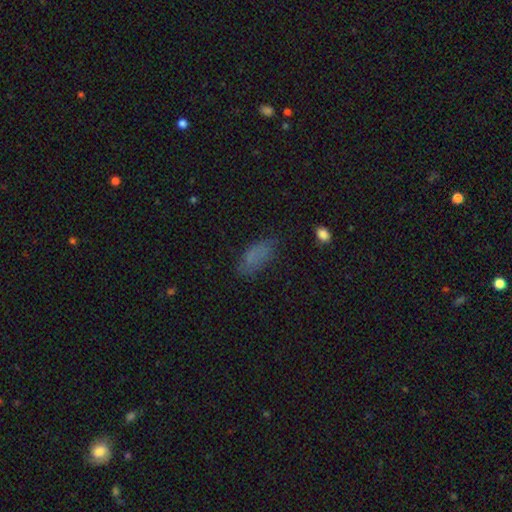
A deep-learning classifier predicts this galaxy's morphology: Overall: smooth (73%). How rounded: in between (84%). Merging: none (70%).